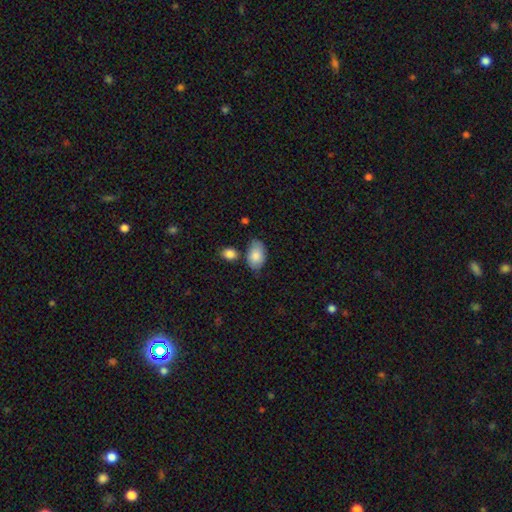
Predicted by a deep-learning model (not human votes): Smooth or featured?
  - smooth: 84% *
  - featured or disk: 10%
  - star or artifact: 6%
How rounded?
  - in between: 90% *
  - round: 8%
  - cigar-shaped: 1%
Merging?
  - none: 61% *
  - minor disturbance: 25%
  - merger: 9%
  - major disturbance: 5%